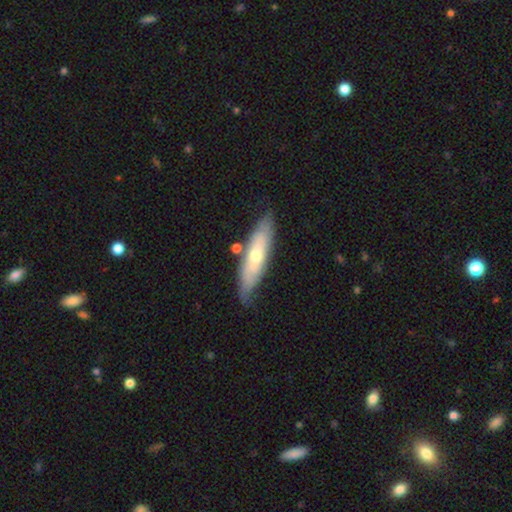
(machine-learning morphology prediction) Q: Smooth or featured?
A: featured or disk (48%); runner-up: smooth (46%)
Q: Merging?
A: none (72%); runner-up: minor disturbance (19%)